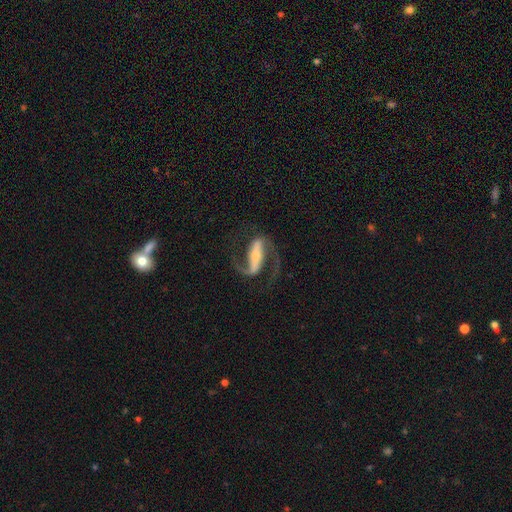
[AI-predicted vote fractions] Morphology: type=featured or disk (88%); edge-on=no (92%); bar=strong (74%); spiral arms=yes (96%); winding=medium (48%); arm count=2 (89%); bulge=small (44%); merging=none (72%).